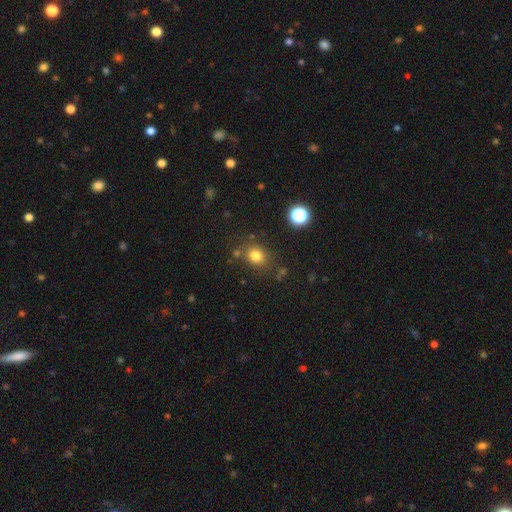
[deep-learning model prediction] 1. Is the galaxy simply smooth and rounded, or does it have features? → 78% smooth, 15% star or artifact, 7% featured or disk.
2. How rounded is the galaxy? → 67% round, 32% in between, 1% cigar-shaped.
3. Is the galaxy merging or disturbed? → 79% none, 12% minor disturbance, 5% merger, 4% major disturbance.